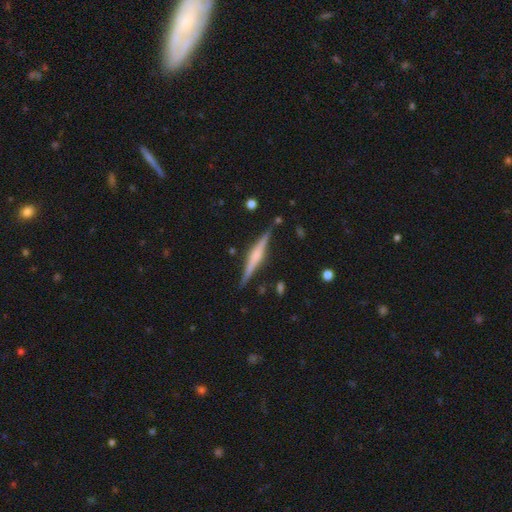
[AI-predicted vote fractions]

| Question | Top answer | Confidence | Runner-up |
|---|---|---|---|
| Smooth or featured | featured or disk | 76% | smooth (18%) |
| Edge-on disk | yes | 98% | no (2%) |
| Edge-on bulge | rounded | 66% | boxy (22%) |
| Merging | none | 88% | minor disturbance (8%) |